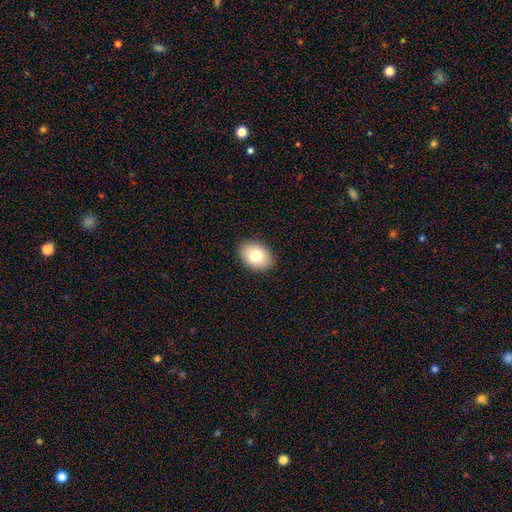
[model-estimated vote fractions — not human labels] Smooth or featured?
  - smooth: 79% *
  - featured or disk: 13%
  - star or artifact: 8%
How rounded?
  - in between: 78% *
  - round: 21%
  - cigar-shaped: 1%
Merging?
  - none: 89% *
  - minor disturbance: 8%
  - major disturbance: 2%
  - merger: 1%